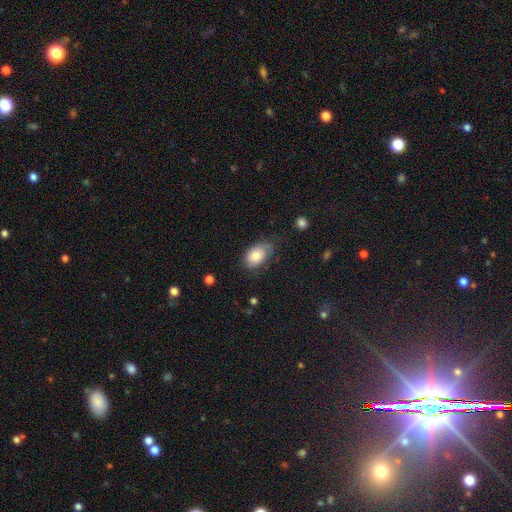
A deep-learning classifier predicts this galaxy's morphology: Smooth or featured: smooth — 78% (featured or disk — 15%)
How rounded: in between — 89% (round — 10%)
Merging: none — 63% (minor disturbance — 28%)